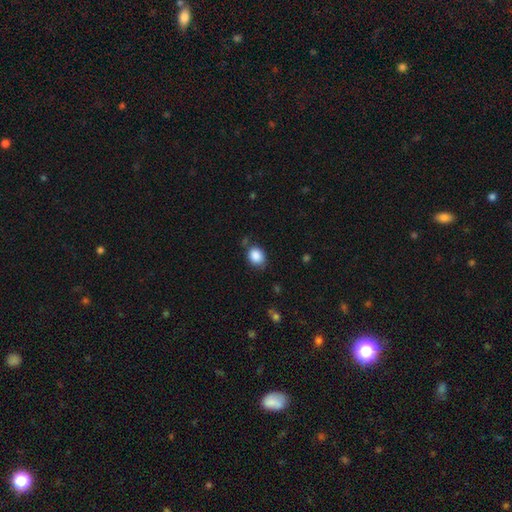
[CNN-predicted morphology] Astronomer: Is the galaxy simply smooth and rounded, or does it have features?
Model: smooth — 87%.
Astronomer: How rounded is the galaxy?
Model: round — 51% (runner-up: in between, 48%).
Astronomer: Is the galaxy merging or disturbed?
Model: none — 68%.